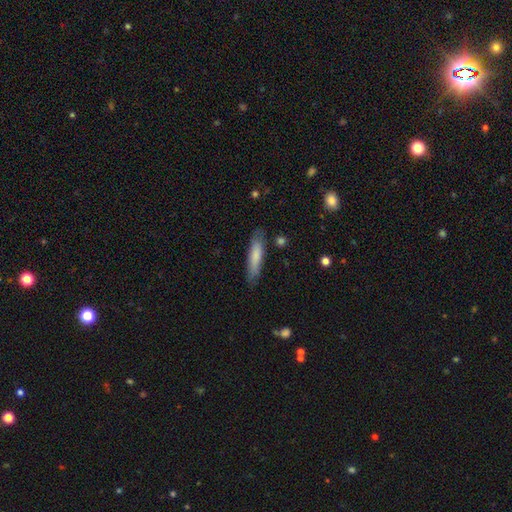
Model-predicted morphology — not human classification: Q: Smooth or featured?
A: smooth (76%); runner-up: featured or disk (18%)
Q: How rounded?
A: cigar-shaped (80%); runner-up: in between (19%)
Q: Merging?
A: none (79%); runner-up: minor disturbance (16%)